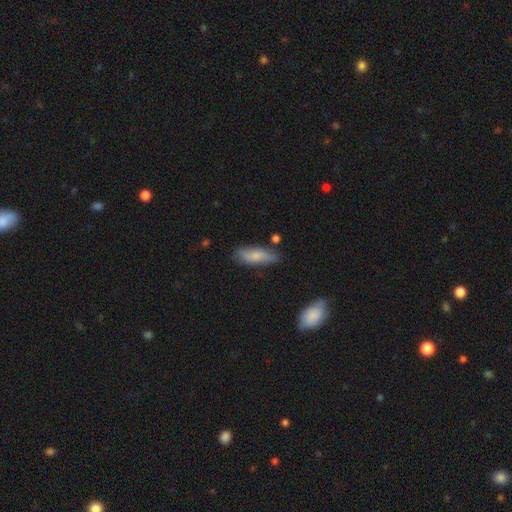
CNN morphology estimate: smooth 68%, featured or disk 25%, star or artifact 7%. Down the decision tree: how rounded — in between (57%); merging — none (71%).